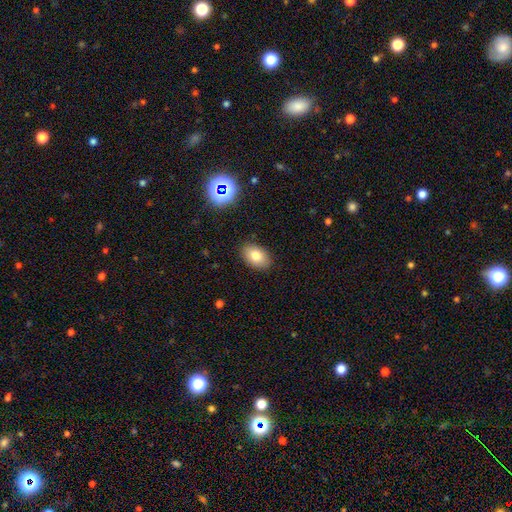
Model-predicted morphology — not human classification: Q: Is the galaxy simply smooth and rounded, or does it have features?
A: smooth — 79%.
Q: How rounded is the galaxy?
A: in between — 87%.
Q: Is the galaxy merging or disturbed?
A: none — 88%.